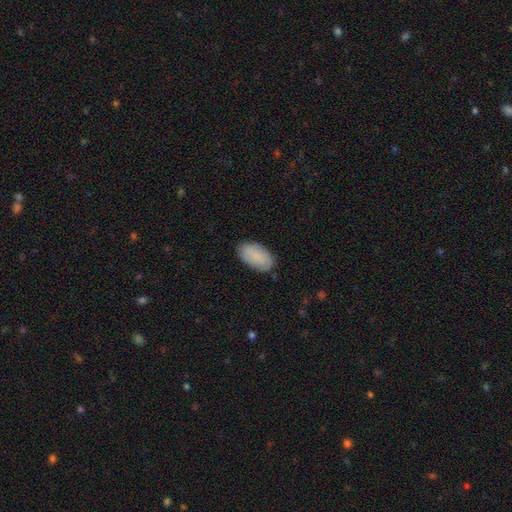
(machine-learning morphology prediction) smooth_or_featured: smooth (p=0.84) [alt: featured or disk p=0.10]
how_rounded: in between (p=0.95) [alt: round p=0.03]
merging: none (p=0.85) [alt: minor disturbance p=0.12]